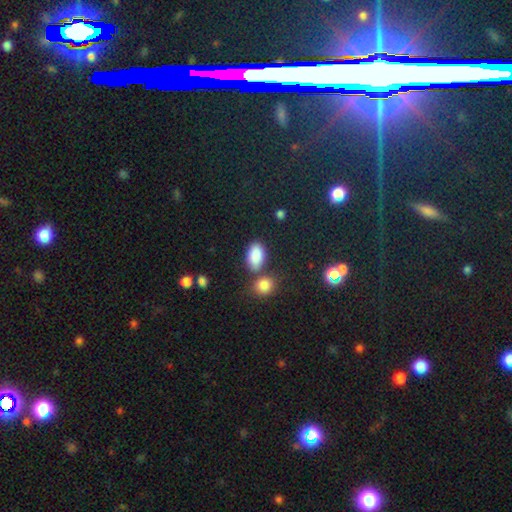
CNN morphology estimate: smooth 86%, star or artifact 9%, featured or disk 5%. Down the decision tree: how rounded — in between (91%); merging — none (64%).